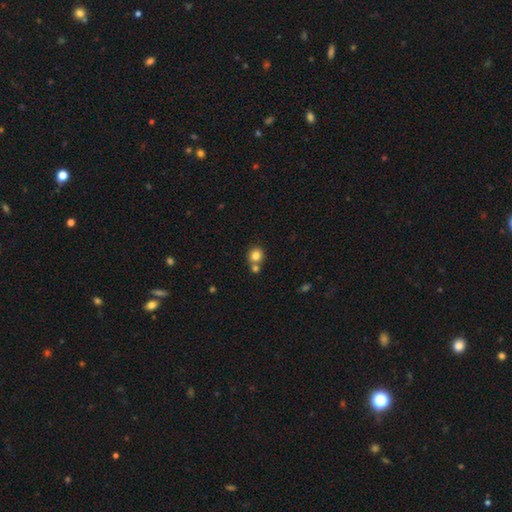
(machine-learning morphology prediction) Smooth or featured? smooth (81%)
How rounded? round (85%)
Merging? none (56%)